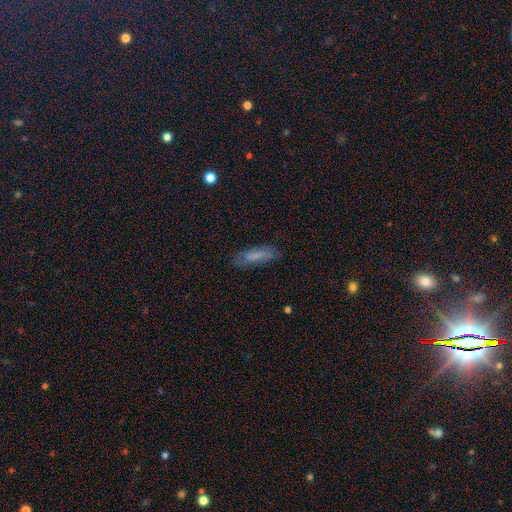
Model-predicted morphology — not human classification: type=smooth (68%); roundness=in between (52%); merging=none (73%).